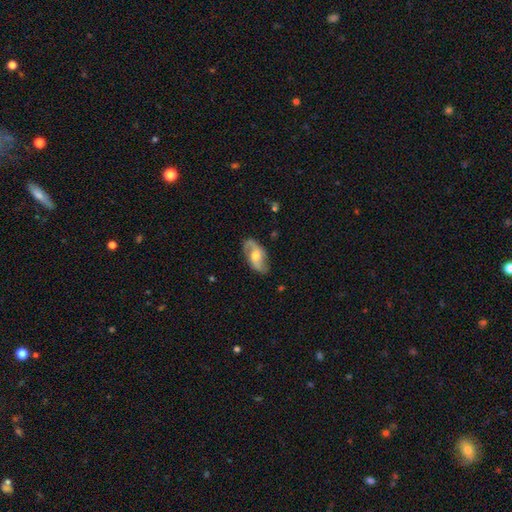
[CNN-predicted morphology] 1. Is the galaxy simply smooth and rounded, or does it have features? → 76% featured or disk, 19% smooth, 6% star or artifact.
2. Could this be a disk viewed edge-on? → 94% no, 6% yes.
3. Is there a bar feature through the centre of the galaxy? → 51% no, 38% weak, 11% strong.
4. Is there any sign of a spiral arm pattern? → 92% yes, 8% no.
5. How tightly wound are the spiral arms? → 61% loose, 30% medium, 9% tight.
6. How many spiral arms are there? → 91% 2, 4% can't tell, 2% 1, 1% 3, 1% 4, 1% more than 4.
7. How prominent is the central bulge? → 63% moderate, 28% small, 6% large, 2% none, 1% dominant.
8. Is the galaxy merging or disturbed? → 79% none, 15% minor disturbance, 4% major disturbance, 1% merger.